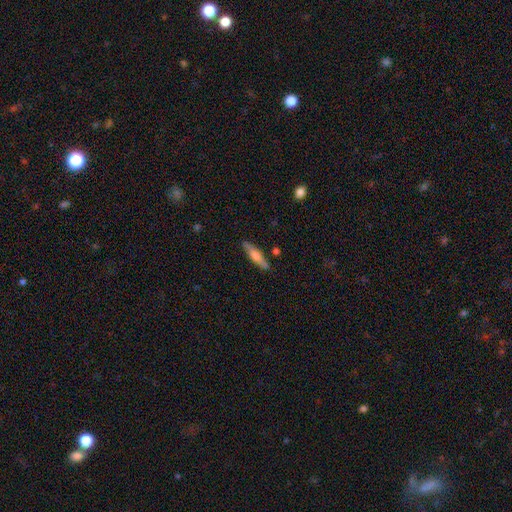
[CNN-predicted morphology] Smooth or featured? smooth (50%)
How rounded? cigar-shaped (81%)
Merging? none (85%)